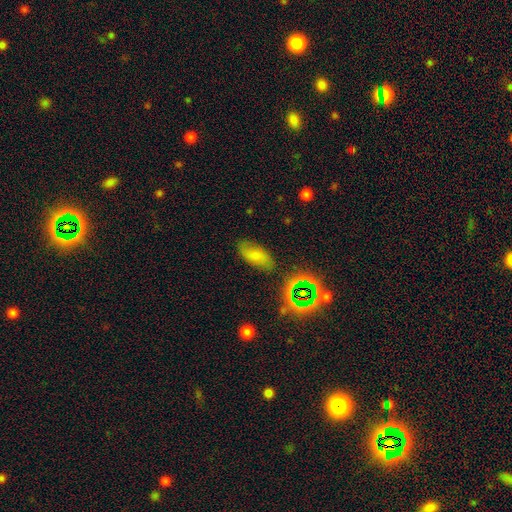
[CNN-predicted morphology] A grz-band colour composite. It shows a smooth galaxy with no disk features (66%) that is in between round and cigar-shaped (89%). Merging: none (75%).